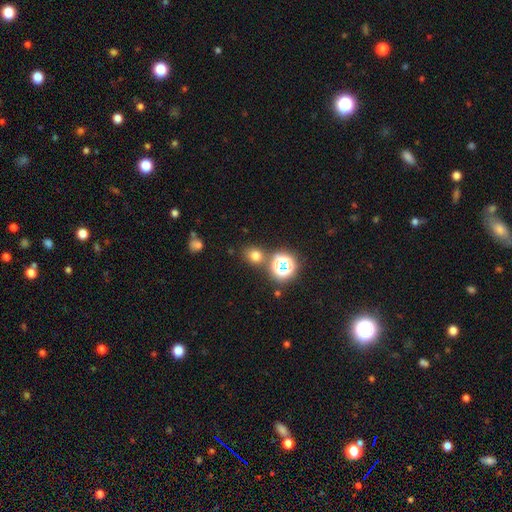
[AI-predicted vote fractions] Smooth or featured: smooth — 69% (star or artifact — 24%)
How rounded: round — 70% (in between — 29%)
Merging: none — 78% (minor disturbance — 10%)